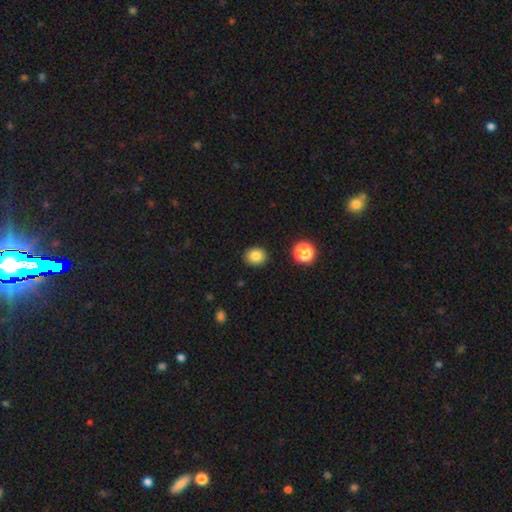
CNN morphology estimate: Smooth or featured? smooth (83%)
How rounded? round (75%)
Merging? none (90%)